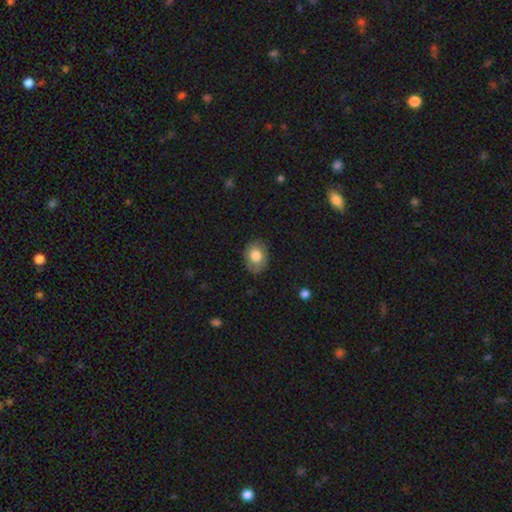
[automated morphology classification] smooth_or_featured: smooth (p=0.80) [alt: featured or disk p=0.12]
how_rounded: in between (p=0.63) [alt: round p=0.36]
merging: none (p=0.81) [alt: minor disturbance p=0.15]